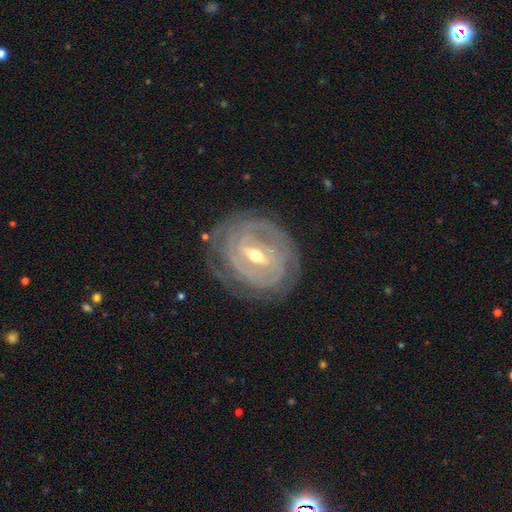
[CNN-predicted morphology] This appears to be a featured or disk galaxy (88%) with a strong bar (49%), tight (83%) spiral arms (92%) and a moderate central bulge (56%). Merging: none (76%).